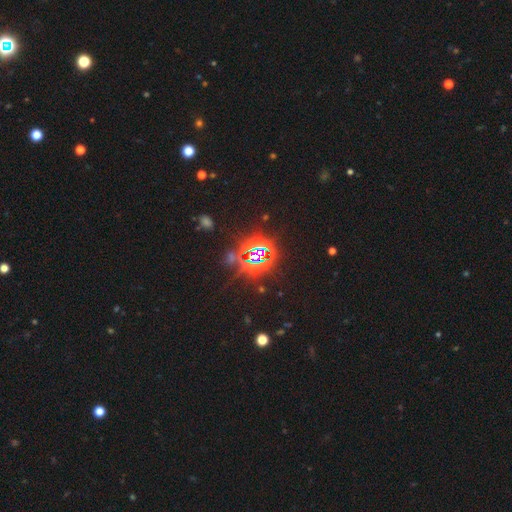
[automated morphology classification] This is clearly a star or artifact rather than a galaxy (82%).